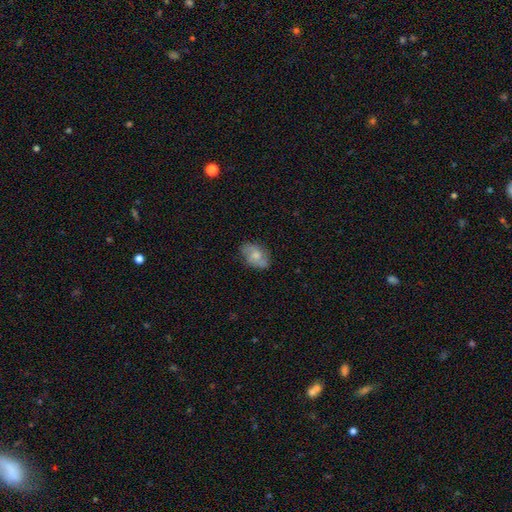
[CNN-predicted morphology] The model was most divided on "smooth or featured": smooth: 53%, featured or disk: 40%, star or artifact: 8%. More confident: how rounded — in between (82%); merging — none (73%).